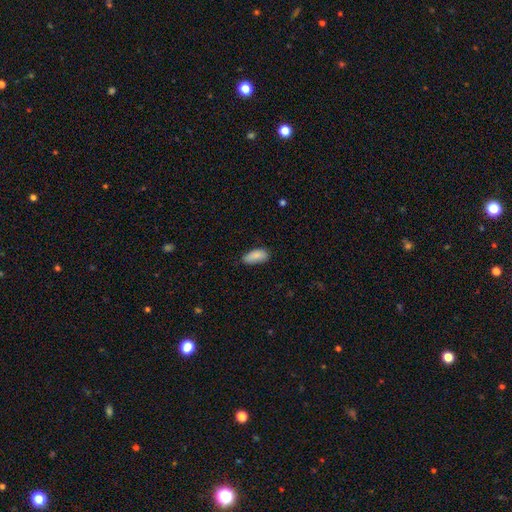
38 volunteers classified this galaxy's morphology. A smooth galaxy with no disk features (84%) that is in between round and cigar-shaped (88%).

Vote fractions:
- Smooth or featured? smooth: 84% / star or artifact: 11% / featured or disk: 5%
- How rounded? in between: 88% / round: 6% / cigar-shaped: 6%
- Merging? none: 74% / minor disturbance: 21% / major disturbance: 3% / merger: 3%